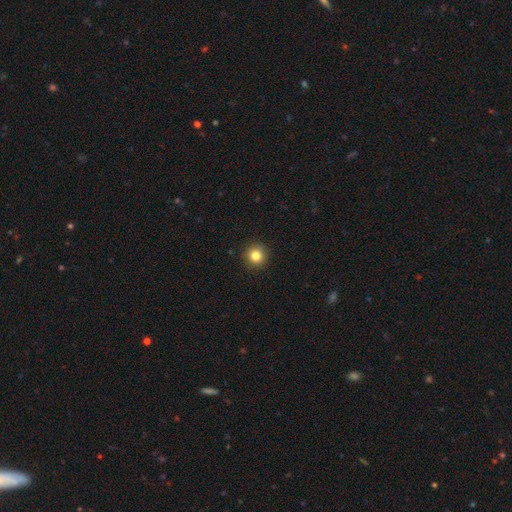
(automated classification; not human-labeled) Smooth or featured? Predicted: smooth (p=0.82). How rounded? Predicted: round (p=0.94). Merging? Predicted: none (p=0.92).